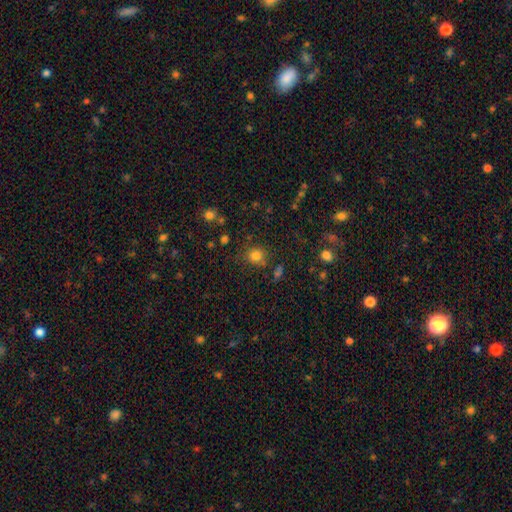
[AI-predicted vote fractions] Smooth or featured: smooth — 79% (star or artifact — 15%)
How rounded: round — 78% (in between — 21%)
Merging: none — 75% (minor disturbance — 14%)